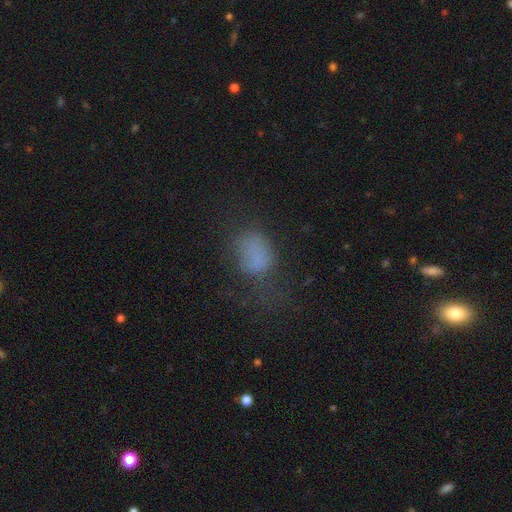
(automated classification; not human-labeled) Q: Smooth or featured?
A: smooth (67%); runner-up: star or artifact (19%)
Q: How rounded?
A: in between (72%); runner-up: round (26%)
Q: Merging?
A: none (42%); runner-up: major disturbance (31%)